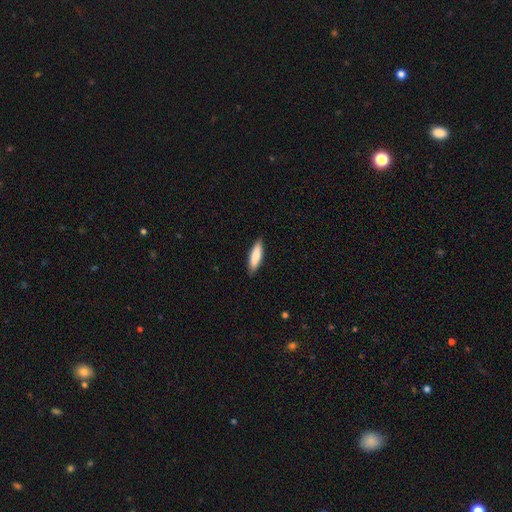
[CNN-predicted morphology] Smooth or featured: smooth — 82% (featured or disk — 13%)
How rounded: cigar-shaped — 60% (in between — 39%)
Merging: none — 87% (minor disturbance — 10%)